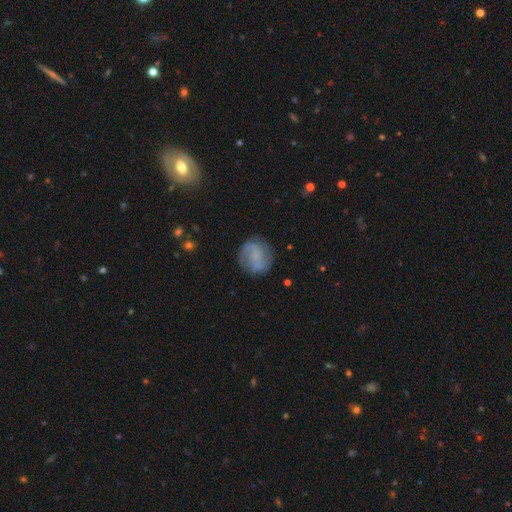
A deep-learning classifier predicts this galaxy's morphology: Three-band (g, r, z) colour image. It shows a featured or disk galaxy (51%). Merging: none (77%).